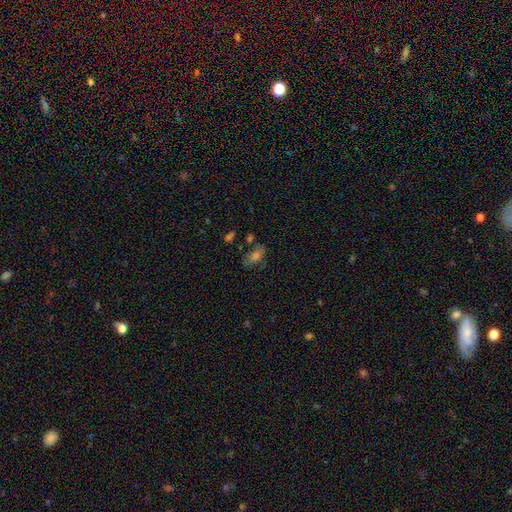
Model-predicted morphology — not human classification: Smooth or featured? smooth (53%)
How rounded? in between (82%)
Merging? none (59%)